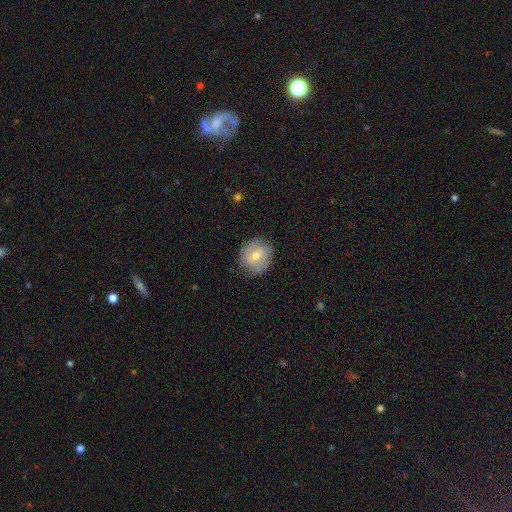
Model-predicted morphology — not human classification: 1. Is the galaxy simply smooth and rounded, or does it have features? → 49% smooth, 43% featured or disk, 8% star or artifact.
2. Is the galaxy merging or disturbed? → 82% none, 13% minor disturbance, 3% major disturbance, 1% merger.